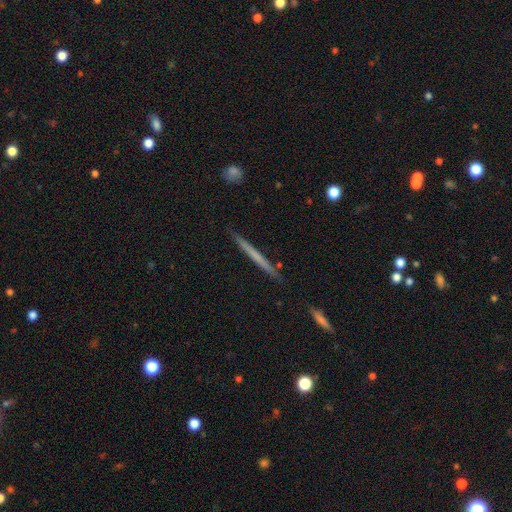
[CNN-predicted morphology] Smooth or featured?
  - smooth: 49% *
  - featured or disk: 45%
  - star or artifact: 6%
Merging?
  - none: 89% *
  - minor disturbance: 8%
  - major disturbance: 1%
  - merger: 1%